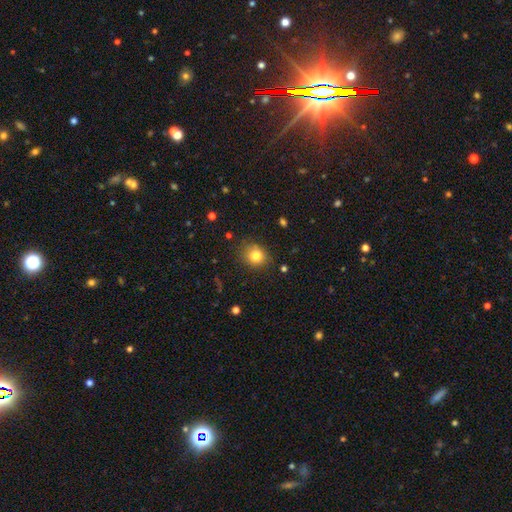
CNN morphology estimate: Smooth or featured? smooth (82%)
How rounded? round (71%)
Merging? none (79%)